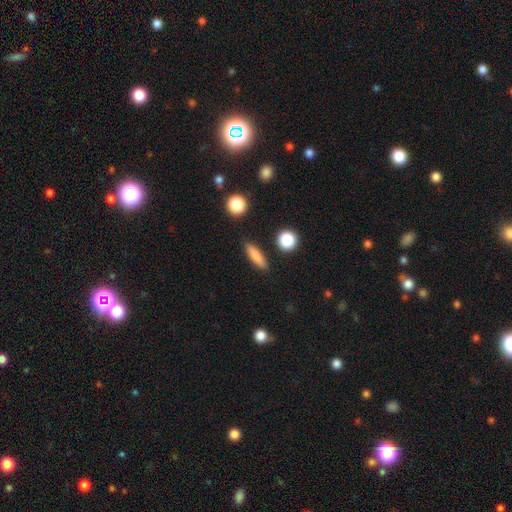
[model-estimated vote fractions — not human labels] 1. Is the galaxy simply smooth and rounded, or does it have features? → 82% smooth, 10% featured or disk, 9% star or artifact.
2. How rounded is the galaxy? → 66% cigar-shaped, 29% in between, 5% round.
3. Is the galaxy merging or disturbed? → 89% none, 7% minor disturbance, 2% major disturbance, 2% merger.